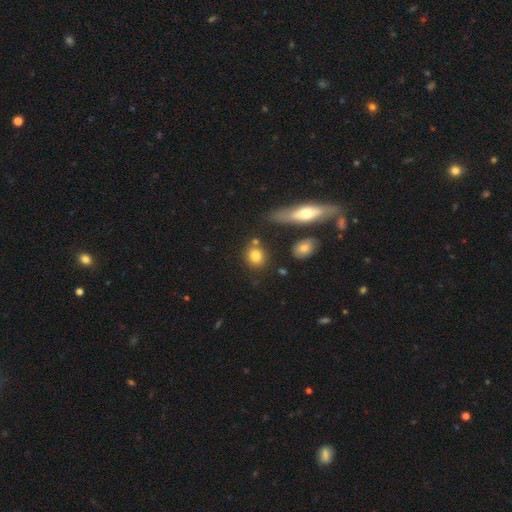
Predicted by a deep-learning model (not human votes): Smooth or featured: smooth — 80% (featured or disk — 10%)
How rounded: round — 73% (in between — 25%)
Merging: none — 73% (merger — 12%)